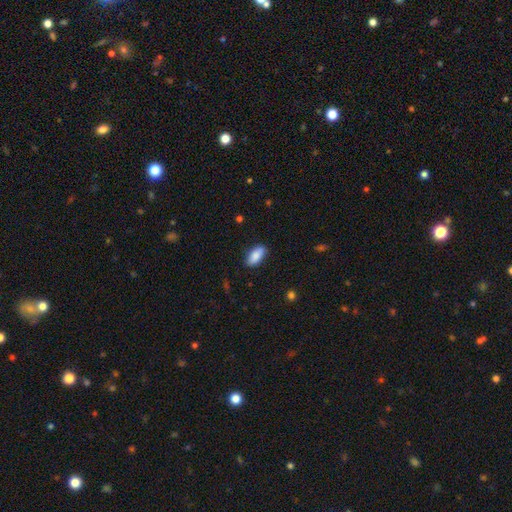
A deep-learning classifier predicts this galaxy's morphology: Overall: smooth (86%). How rounded: in between (89%). Merging: none (83%).